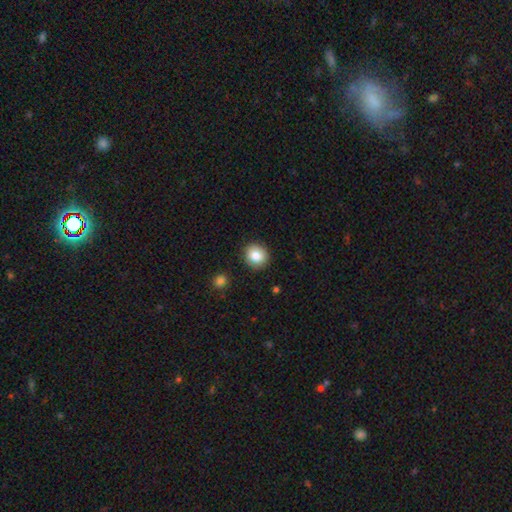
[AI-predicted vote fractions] Smooth or featured: smooth — 84% (star or artifact — 9%)
How rounded: round — 83% (in between — 16%)
Merging: none — 89% (minor disturbance — 7%)